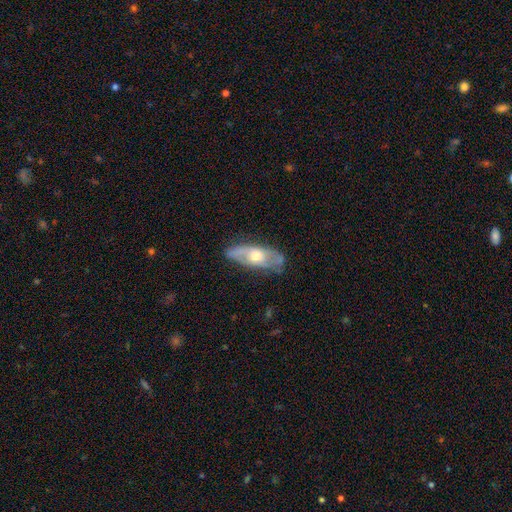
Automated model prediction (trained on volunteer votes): smooth_or_featured: featured or disk (p=0.59) [alt: smooth p=0.35]
disk_edge_on: no (p=0.71) [alt: yes p=0.29]
merging: none (p=0.72) [alt: minor disturbance p=0.21]